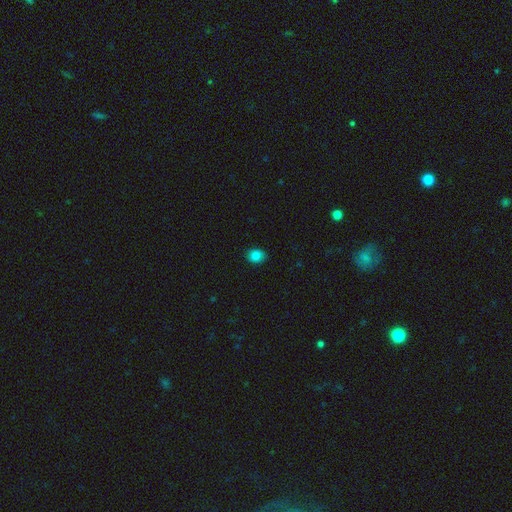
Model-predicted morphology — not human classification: Q: Smooth or featured?
A: smooth (84%); runner-up: star or artifact (11%)
Q: How rounded?
A: in between (53%); runner-up: round (46%)
Q: Merging?
A: none (86%); runner-up: minor disturbance (11%)